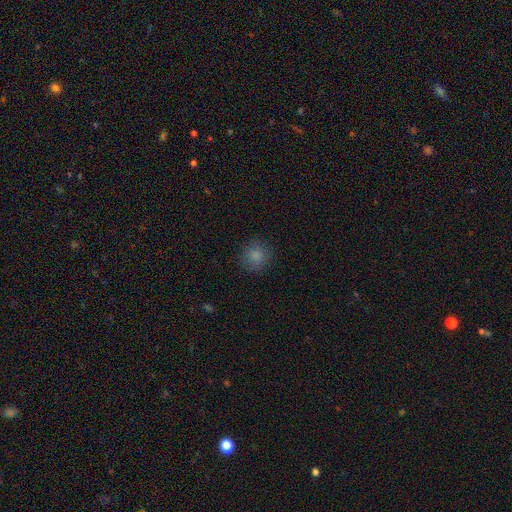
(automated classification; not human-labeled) Q: Smooth or featured?
A: smooth (84%); runner-up: star or artifact (11%)
Q: How rounded?
A: round (91%); runner-up: in between (8%)
Q: Merging?
A: none (86%); runner-up: minor disturbance (10%)